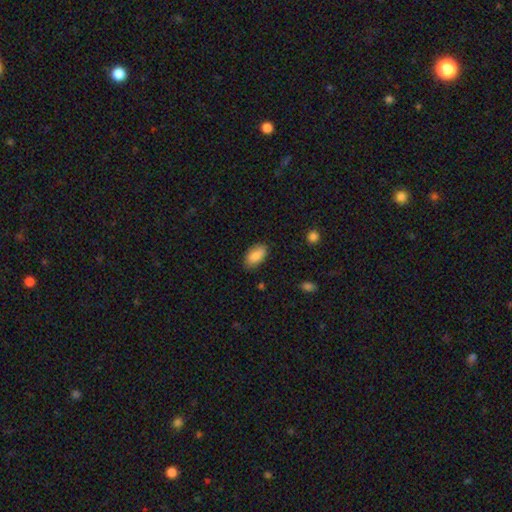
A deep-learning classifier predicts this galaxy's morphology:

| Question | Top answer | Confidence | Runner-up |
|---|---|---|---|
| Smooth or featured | smooth | 86% | featured or disk (7%) |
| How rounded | in between | 94% | round (4%) |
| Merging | none | 84% | minor disturbance (12%) |